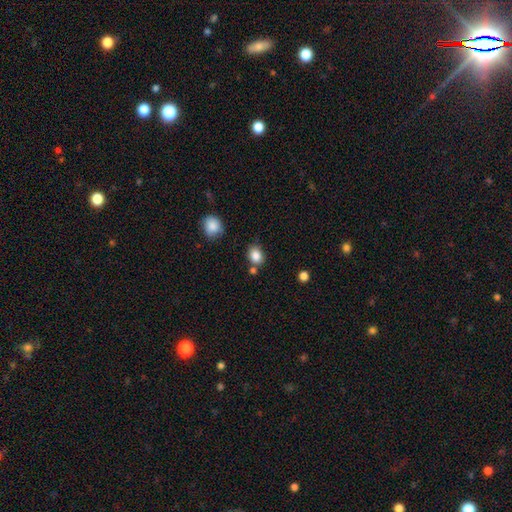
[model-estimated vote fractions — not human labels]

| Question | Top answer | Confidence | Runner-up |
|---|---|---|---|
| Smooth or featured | smooth | 85% | star or artifact (10%) |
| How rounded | in between | 52% | round (47%) |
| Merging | none | 68% | minor disturbance (16%) |